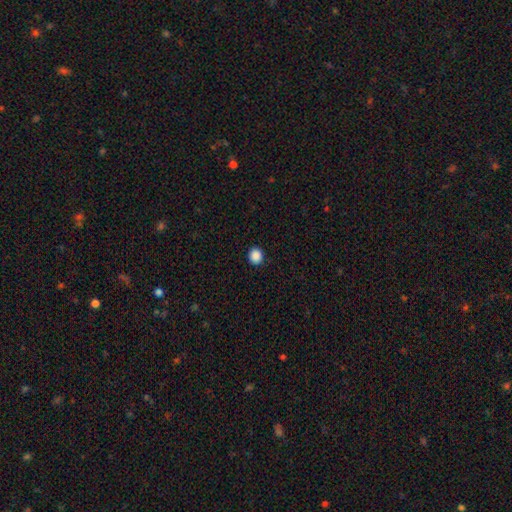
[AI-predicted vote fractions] A smooth galaxy with no disk features (88%) that is round (82%). Merging: none (92%).